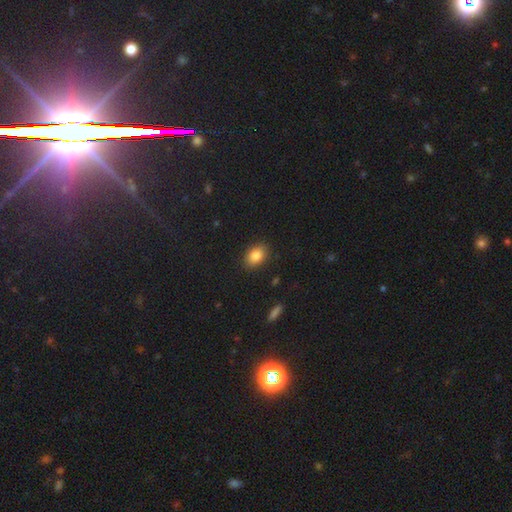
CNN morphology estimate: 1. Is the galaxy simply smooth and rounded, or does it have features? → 85% smooth, 9% star or artifact, 7% featured or disk.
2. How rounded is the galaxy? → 78% in between, 21% round, 1% cigar-shaped.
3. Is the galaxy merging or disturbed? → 88% none, 9% minor disturbance, 2% major disturbance, 1% merger.